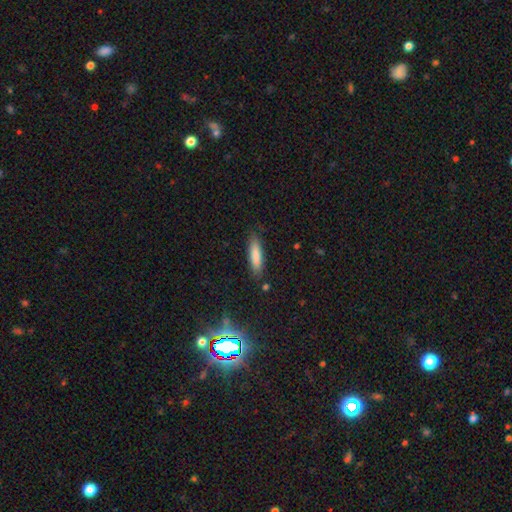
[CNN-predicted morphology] Q: Smooth or featured?
A: smooth (83%); runner-up: featured or disk (11%)
Q: How rounded?
A: cigar-shaped (65%); runner-up: in between (34%)
Q: Merging?
A: none (83%); runner-up: minor disturbance (12%)